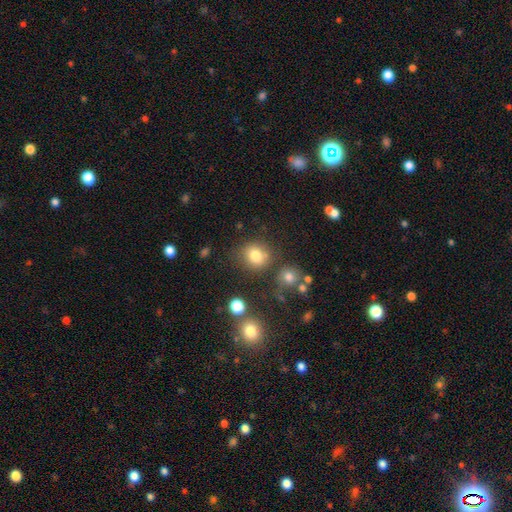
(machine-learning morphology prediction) Smooth or featured? smooth (79%)
How rounded? round (79%)
Merging? none (74%)